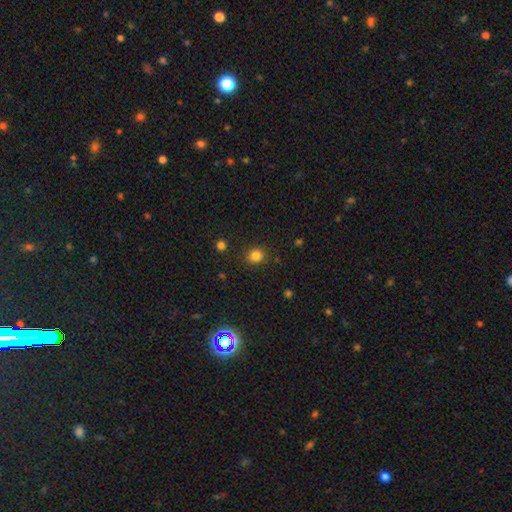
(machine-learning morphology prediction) A smooth galaxy with no disk features (83%) that is round (79%). Merging: none (87%).